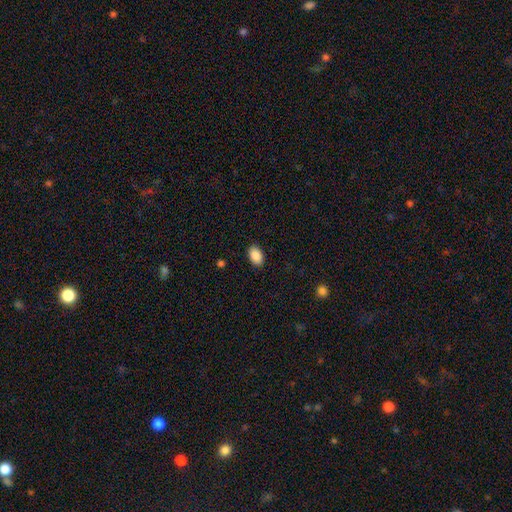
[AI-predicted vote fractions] smooth_or_featured: smooth (p=0.90) [alt: star or artifact p=0.07]
how_rounded: in between (p=0.90) [alt: round p=0.08]
merging: none (p=0.89) [alt: minor disturbance p=0.08]